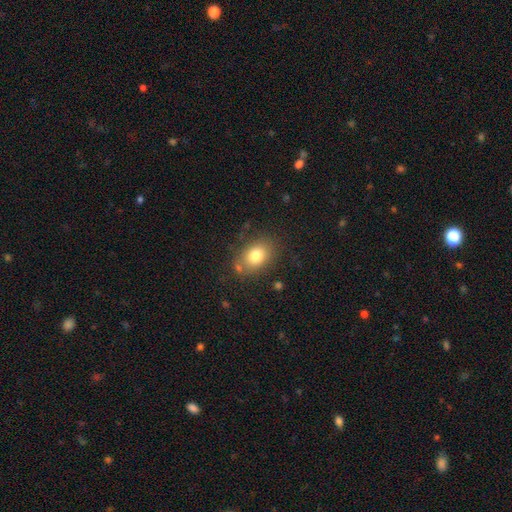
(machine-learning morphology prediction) smooth-or-featured: smooth: 78% | featured or disk: 12% | star or artifact: 10%
  how-rounded: in between: 70% | round: 29% | cigar-shaped: 1%
  merging: none: 77% | minor disturbance: 14% | merger: 5% | major disturbance: 4%